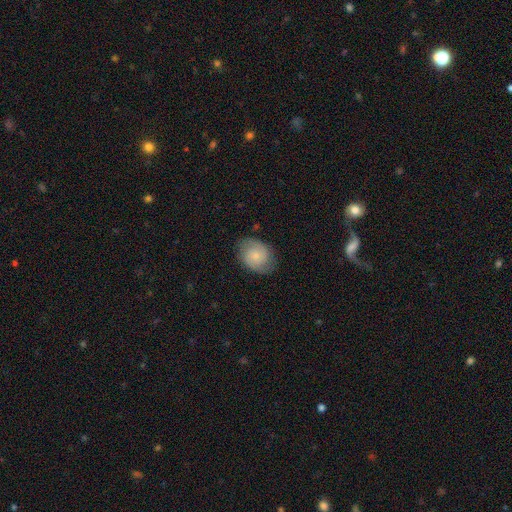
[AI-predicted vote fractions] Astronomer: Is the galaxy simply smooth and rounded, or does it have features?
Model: featured or disk — 47% (runner-up: smooth, 46%).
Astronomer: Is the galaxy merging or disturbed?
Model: none — 77%.